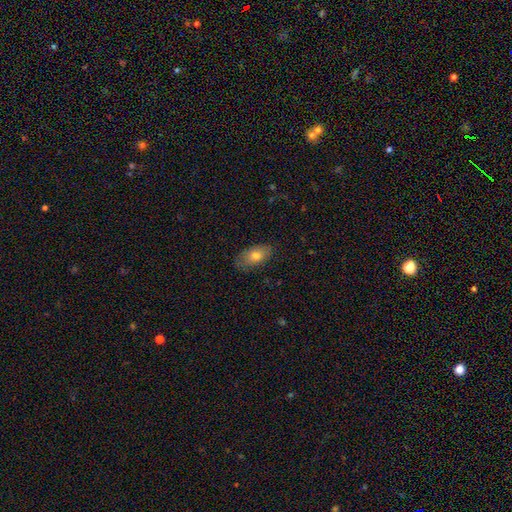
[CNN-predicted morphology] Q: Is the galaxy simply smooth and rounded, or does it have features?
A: smooth — 75%.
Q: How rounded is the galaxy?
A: in between — 91%.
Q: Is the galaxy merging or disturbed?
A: none — 79%.